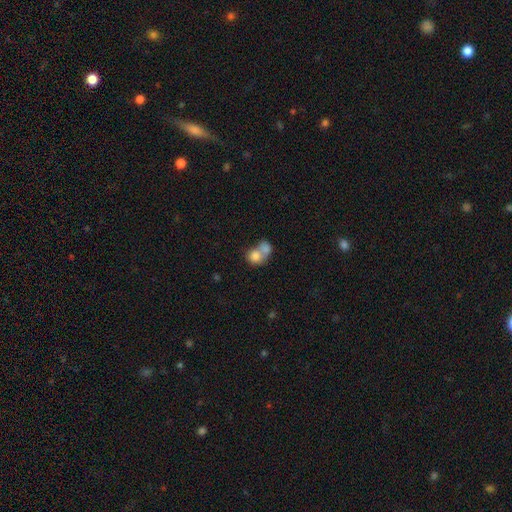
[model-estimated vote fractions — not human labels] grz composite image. It shows a smooth galaxy with no disk features (78%) that is round (69%). Merging: merger (70%).